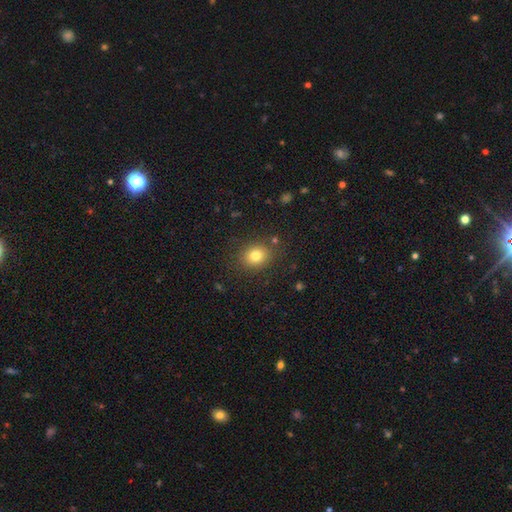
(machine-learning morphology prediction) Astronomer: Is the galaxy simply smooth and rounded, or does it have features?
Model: smooth — 79%.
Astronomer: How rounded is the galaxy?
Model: round — 60% (runner-up: in between, 39%).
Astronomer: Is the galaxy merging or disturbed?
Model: none — 84%.